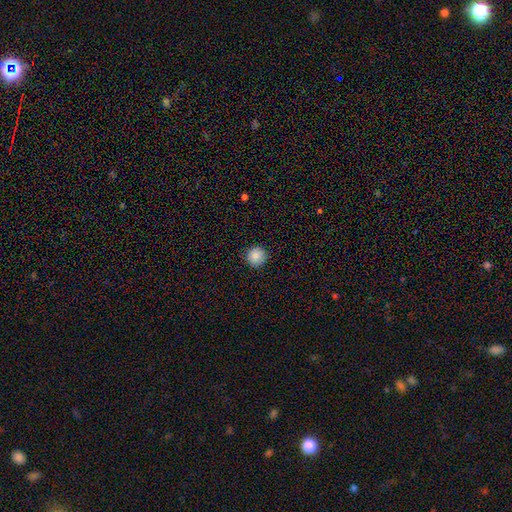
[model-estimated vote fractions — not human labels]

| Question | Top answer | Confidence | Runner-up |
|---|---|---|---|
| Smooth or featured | smooth | 86% | star or artifact (9%) |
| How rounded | round | 96% | in between (3%) |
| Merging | none | 91% | minor disturbance (6%) |